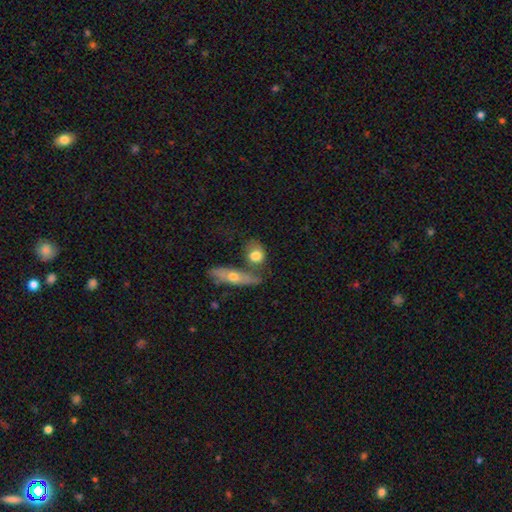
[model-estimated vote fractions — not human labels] The model was most divided on "how rounded": in between: 51%, round: 40%, cigar-shaped: 9%. Remaining: smooth or featured — smooth (72%); merging — none (45%).